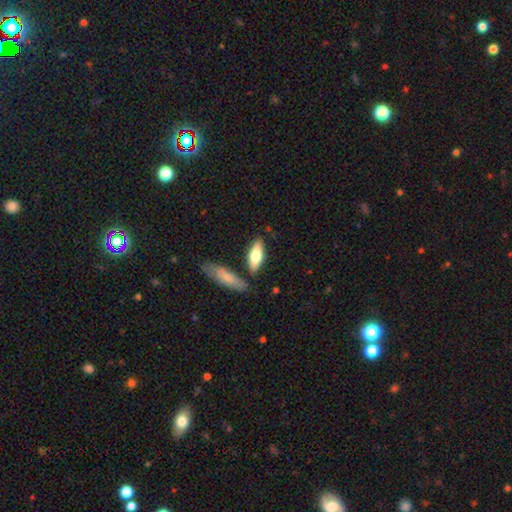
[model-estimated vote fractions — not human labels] smooth_or_featured: smooth (p=0.65) [alt: featured or disk p=0.30]
how_rounded: in between (p=0.60) [alt: cigar-shaped p=0.38]
merging: none (p=0.75) [alt: minor disturbance p=0.12]